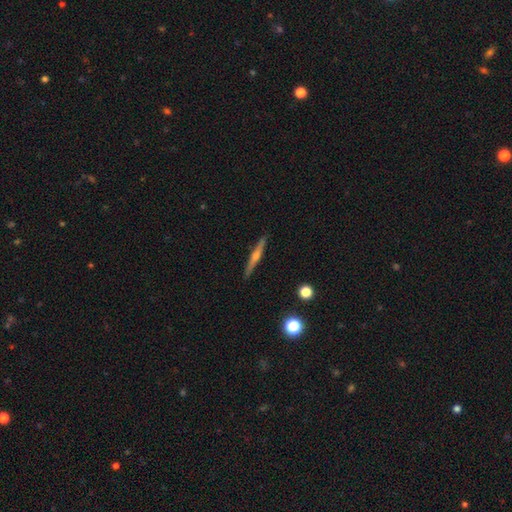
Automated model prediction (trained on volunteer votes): smooth_or_featured: featured or disk (p=0.72) [alt: smooth p=0.21]
disk_edge_on: yes (p=0.98) [alt: no p=0.02]
edge_on_bulge: rounded (p=0.84) [alt: none p=0.11]
merging: none (p=0.92) [alt: minor disturbance p=0.06]